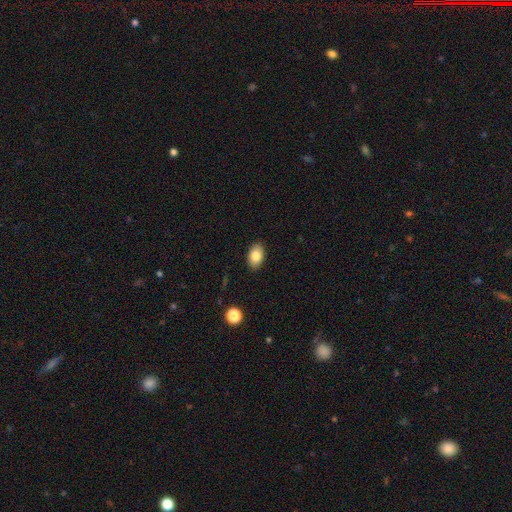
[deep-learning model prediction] Smooth or featured? smooth (83%)
How rounded? in between (90%)
Merging? none (89%)